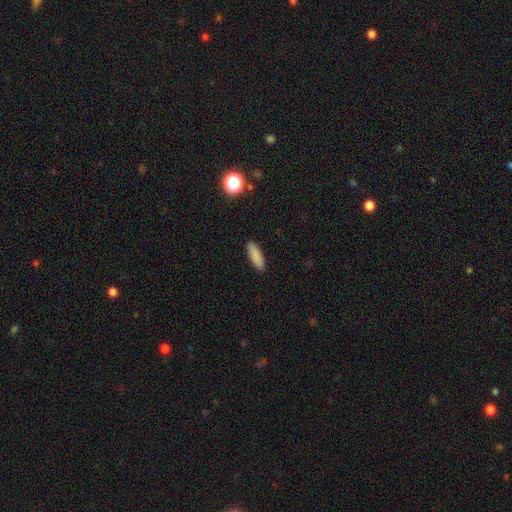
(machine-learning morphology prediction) Overall: smooth (88%). How rounded: cigar-shaped (50%; in between 48%). Merging: none (90%).